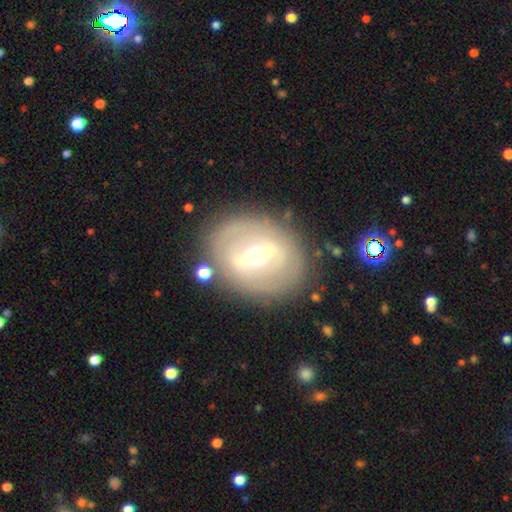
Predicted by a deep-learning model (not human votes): Smooth or featured?
  - featured or disk: 74% *
  - smooth: 19%
  - star or artifact: 7%
Edge-on disk?
  - no: 92% *
  - yes: 8%
Bar?
  - strong: 55% *
  - weak: 34%
  - no: 11%
Spiral arms?
  - no: 54% *
  - yes: 46%
Bulge size?
  - moderate: 71% *
  - small: 18%
  - large: 9%
  - dominant: 1%
  - none: 1%
Merging?
  - none: 80% *
  - minor disturbance: 12%
  - major disturbance: 5%
  - merger: 2%